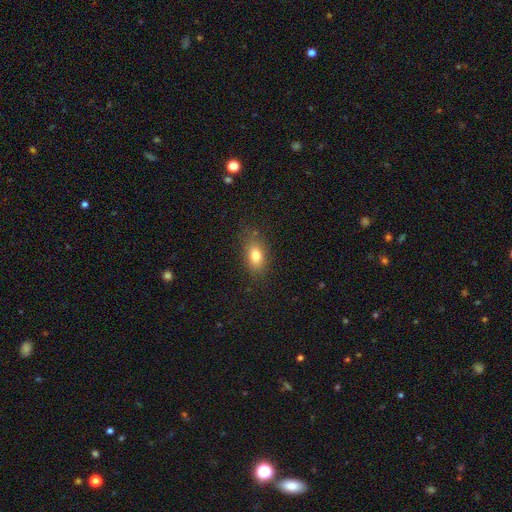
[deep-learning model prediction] A smooth galaxy with no disk features (79%) that is in between round and cigar-shaped (82%).

Vote fractions:
- Smooth or featured? smooth: 79% / featured or disk: 11% / star or artifact: 10%
- How rounded? in between: 82% / round: 12% / cigar-shaped: 6%
- Merging? none: 80% / minor disturbance: 15% / major disturbance: 4% / merger: 2%